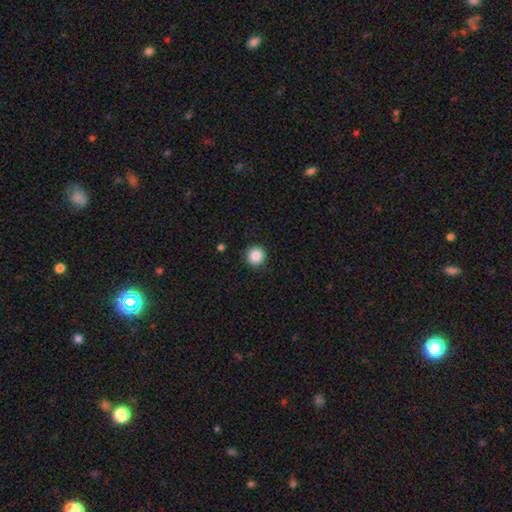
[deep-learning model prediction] The model was most divided on "smooth or featured": smooth: 87%, star or artifact: 10%, featured or disk: 3%. More confident: how rounded — round (95%); merging — none (91%).